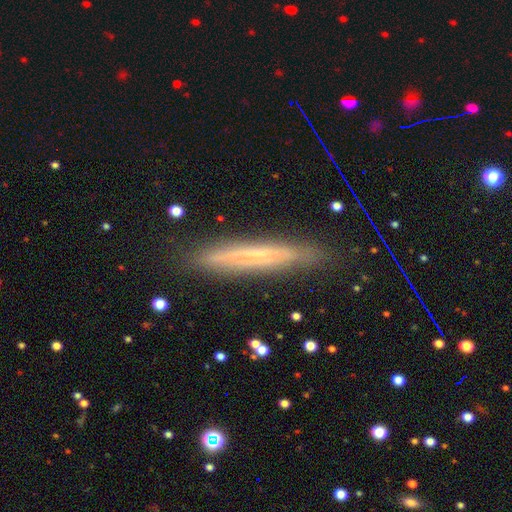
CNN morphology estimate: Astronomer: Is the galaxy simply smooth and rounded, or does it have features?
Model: featured or disk — 50% (runner-up: smooth, 41%).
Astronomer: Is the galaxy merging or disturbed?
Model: none — 84%.